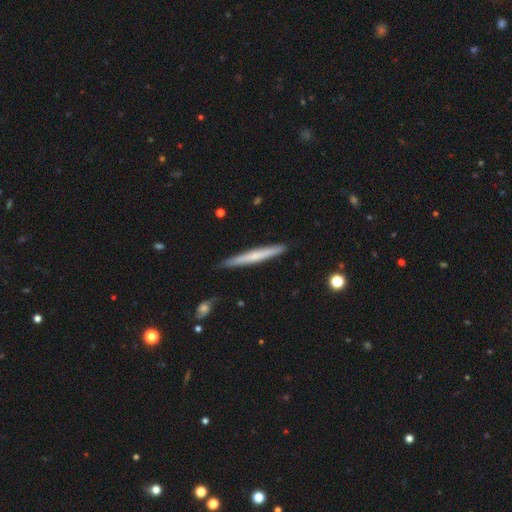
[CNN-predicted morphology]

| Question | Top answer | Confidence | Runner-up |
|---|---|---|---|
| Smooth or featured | smooth | 49% | featured or disk (46%) |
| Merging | none | 90% | minor disturbance (8%) |